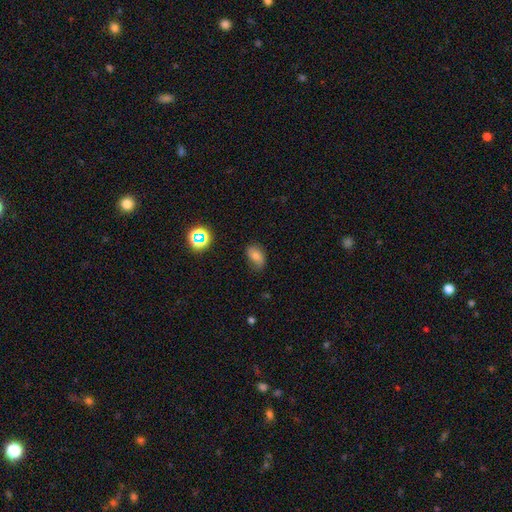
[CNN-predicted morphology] smooth-or-featured: smooth: 68% | featured or disk: 17% | star or artifact: 15%
  how-rounded: in between: 86% | round: 12% | cigar-shaped: 2%
  merging: none: 60% | minor disturbance: 30% | major disturbance: 8% | merger: 2%